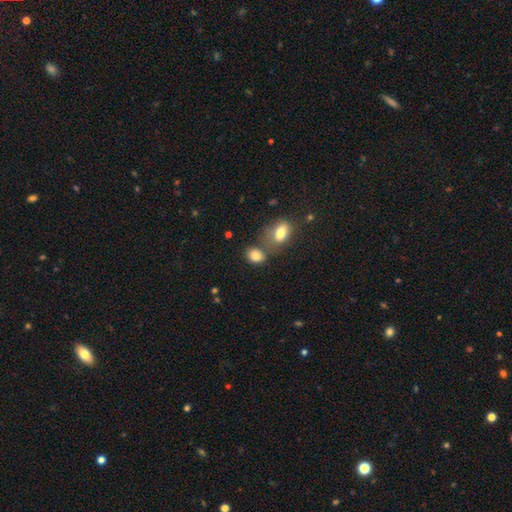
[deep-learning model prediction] Smooth or featured? Predicted: smooth (p=0.84). How rounded? Predicted: in between (p=0.64). Merging? Predicted: none (p=0.51).